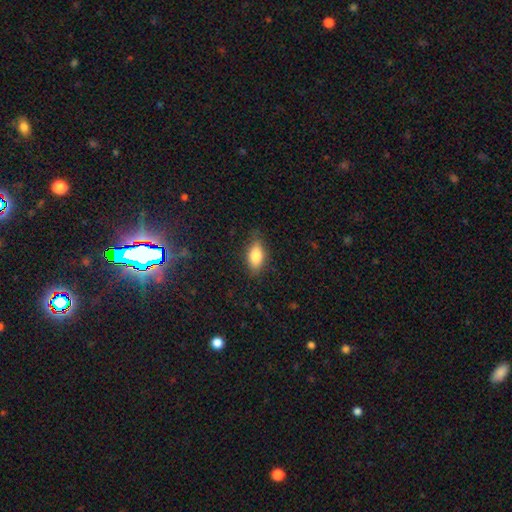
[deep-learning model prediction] smooth_or_featured: smooth (p=0.80) [alt: featured or disk p=0.13]
how_rounded: in between (p=0.83) [alt: cigar-shaped p=0.14]
merging: none (p=0.80) [alt: minor disturbance p=0.15]